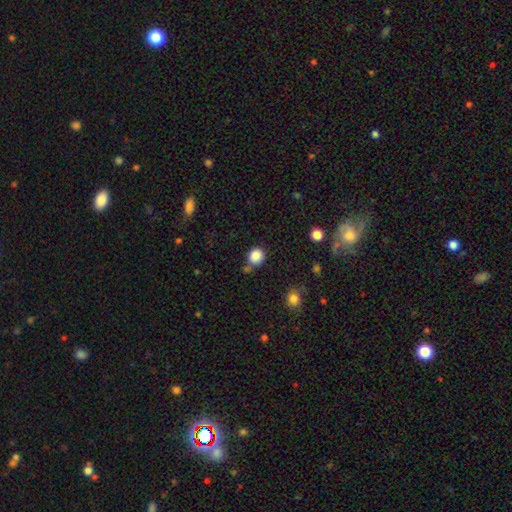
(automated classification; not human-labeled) This is clearly a smooth galaxy (86%). How rounded: clearly round (85%). Merging: likely none (70%).